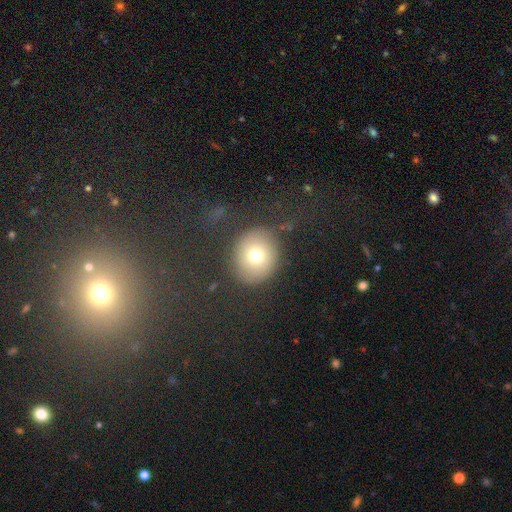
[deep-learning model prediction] smooth-or-featured: smooth: 73% | featured or disk: 14% | star or artifact: 13%
  how-rounded: round: 76% | in between: 23% | cigar-shaped: 1%
  merging: none: 79% | minor disturbance: 11% | major disturbance: 8% | merger: 2%